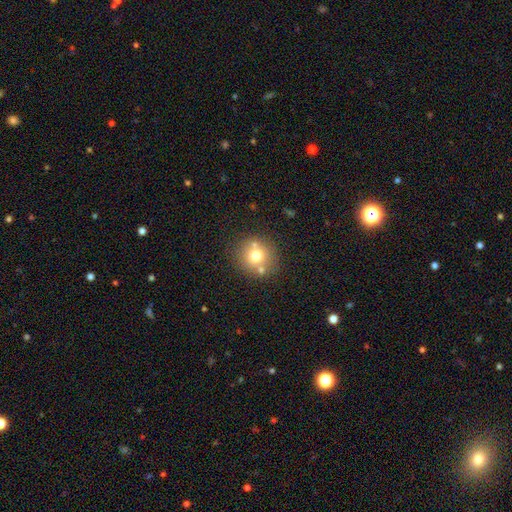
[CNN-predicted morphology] smooth_or_featured: smooth (p=0.69) [alt: featured or disk p=0.18]
how_rounded: round (p=0.89) [alt: in between p=0.10]
merging: none (p=0.71) [alt: merger p=0.16]